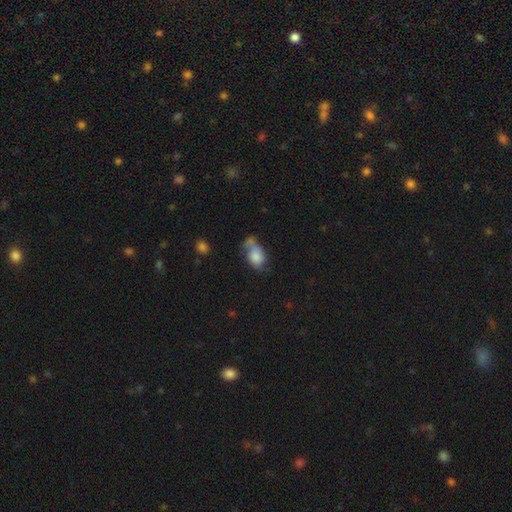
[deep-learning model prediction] A smooth galaxy with no disk features (68%) that is in between round and cigar-shaped (75%). Merging: none (29%).